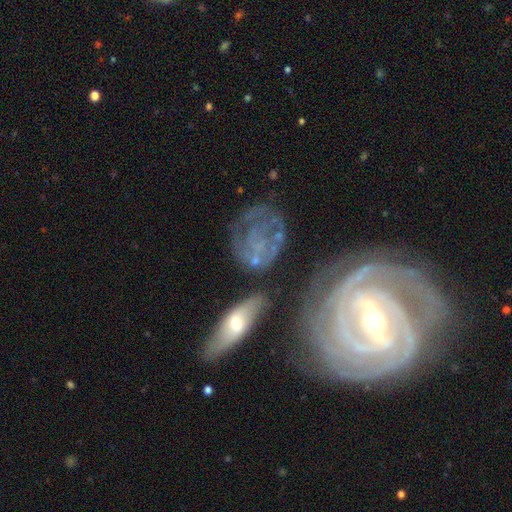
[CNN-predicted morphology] A featured or disk galaxy (58%) with no bar (79%), no spiral arms (54%) and no central bulge (57%). Merging: none (38%).